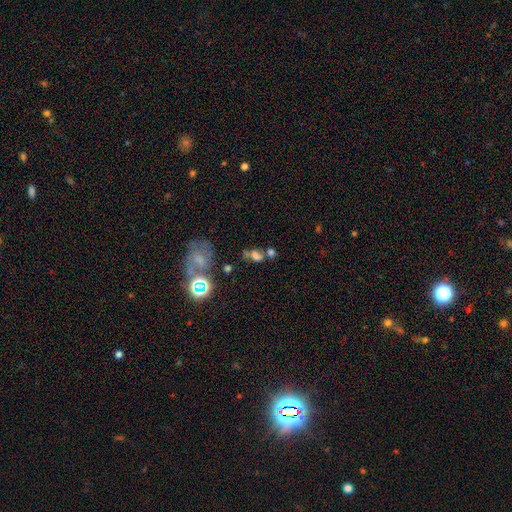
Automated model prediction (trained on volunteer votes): smooth_or_featured: smooth (p=0.55) [alt: star or artifact p=0.25]
how_rounded: in between (p=0.70) [alt: round p=0.25]
merging: none (p=0.38) [alt: merger p=0.34]